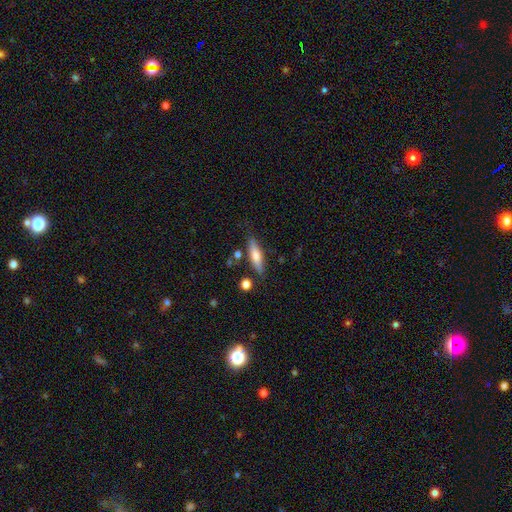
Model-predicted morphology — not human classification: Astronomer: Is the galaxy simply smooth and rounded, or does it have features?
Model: smooth — 64%.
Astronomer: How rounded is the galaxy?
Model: cigar-shaped — 68%.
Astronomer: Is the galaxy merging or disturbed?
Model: none — 79%.